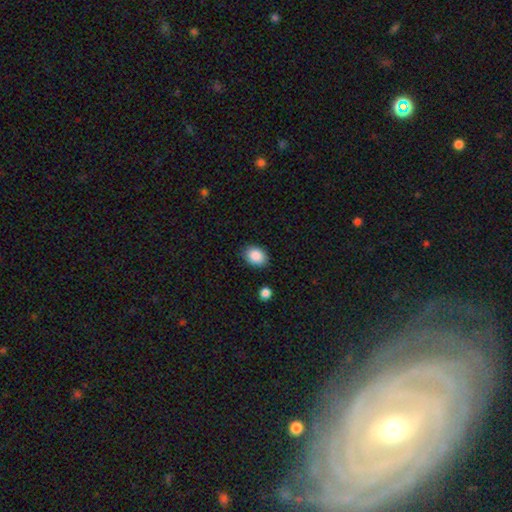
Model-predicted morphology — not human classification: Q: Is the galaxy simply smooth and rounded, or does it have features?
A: smooth — 89%.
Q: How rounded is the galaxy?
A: in between — 71%.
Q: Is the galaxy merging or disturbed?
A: none — 85%.